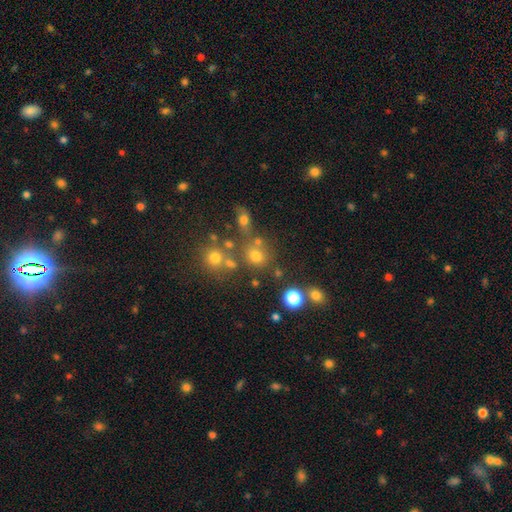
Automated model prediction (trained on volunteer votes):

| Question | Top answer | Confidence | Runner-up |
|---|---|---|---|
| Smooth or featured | smooth | 68% | star or artifact (22%) |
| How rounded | round | 83% | in between (16%) |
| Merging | none | 65% | merger (19%) |